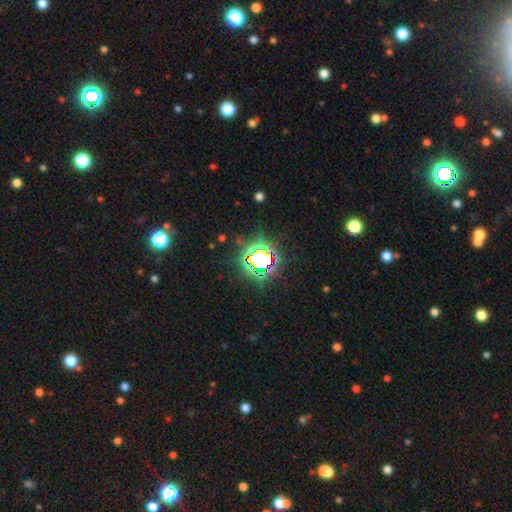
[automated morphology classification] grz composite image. It shows a star or artifact, not a galaxy (76%).